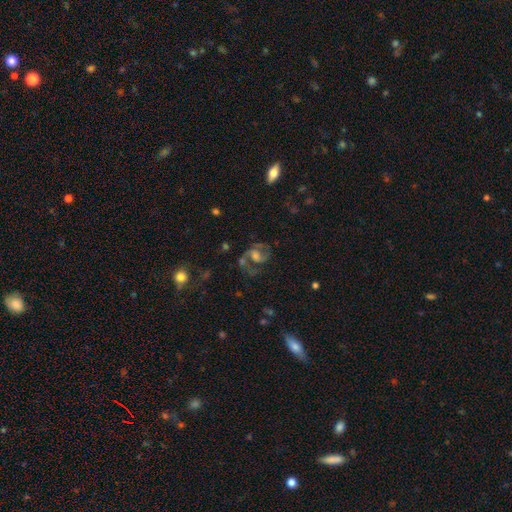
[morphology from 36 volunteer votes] featured or disk 94%, smooth 3%, star or artifact 3%. Down the decision tree: edge-on disk — no (94%); bar — weak (44%); spiral arms — yes (97%); spiral arm count — 2 (97%); spiral winding — medium (61%); bulge size — moderate (44%); merging — none (37%, tied with minor disturbance).